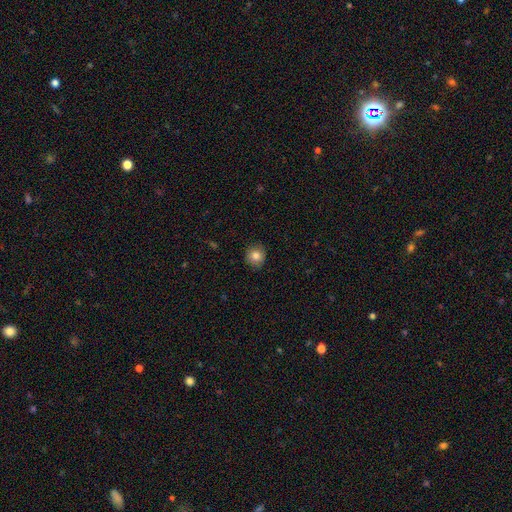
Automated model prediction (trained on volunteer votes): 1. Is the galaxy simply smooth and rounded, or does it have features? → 82% smooth, 10% star or artifact, 8% featured or disk.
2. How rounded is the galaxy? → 88% round, 11% in between, 1% cigar-shaped.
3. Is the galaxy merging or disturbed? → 88% none, 9% minor disturbance, 2% major disturbance, 1% merger.